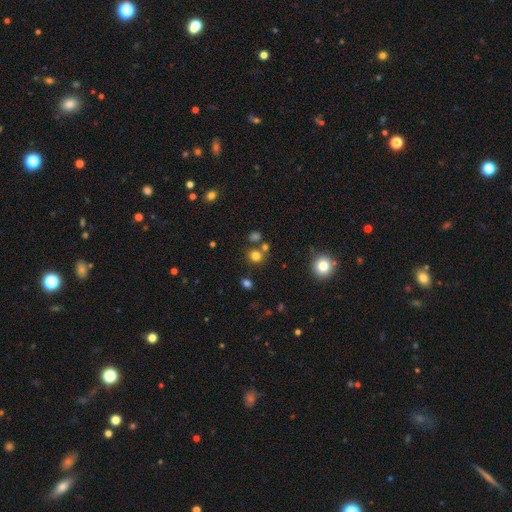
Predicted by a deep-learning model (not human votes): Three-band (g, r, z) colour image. It shows a smooth galaxy with no disk features (76%) that is round (82%). Merging: none (72%).